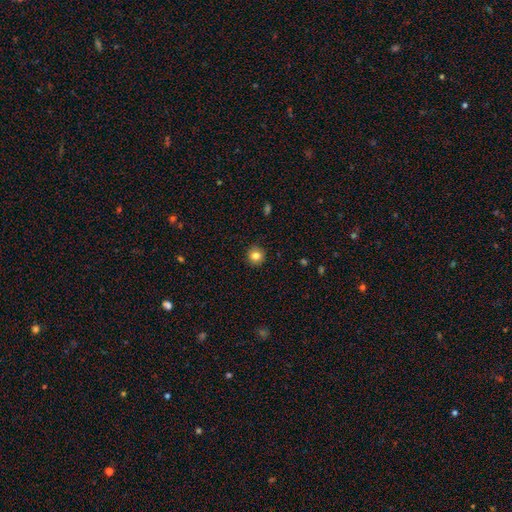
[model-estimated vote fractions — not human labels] Smooth or featured?
  - smooth: 82% *
  - star or artifact: 11%
  - featured or disk: 7%
How rounded?
  - round: 93% *
  - in between: 6%
  - cigar-shaped: 1%
Merging?
  - none: 91% *
  - minor disturbance: 7%
  - major disturbance: 2%
  - merger: 1%